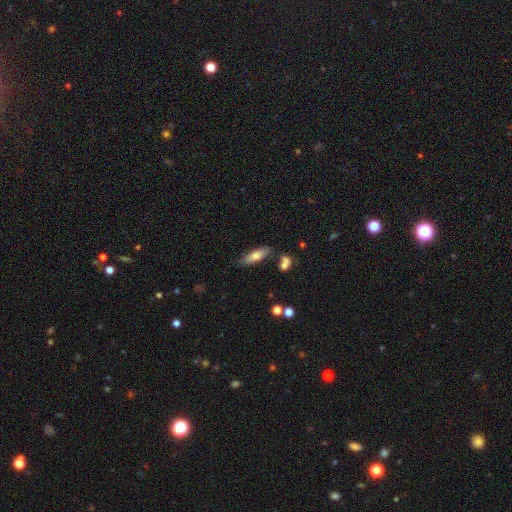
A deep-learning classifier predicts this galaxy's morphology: This appears to be a smooth galaxy with no disk features (68%) that is in between round and cigar-shaped (53%). Merging: none (75%).